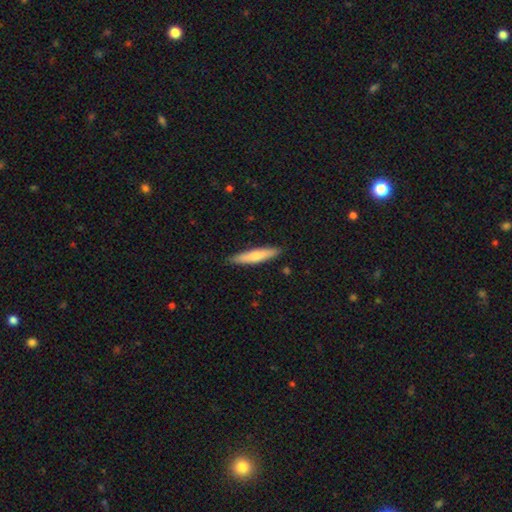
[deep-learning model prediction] smooth 70%, featured or disk 25%, star or artifact 5%. Down the decision tree: how rounded — cigar-shaped (88%); merging — none (88%).